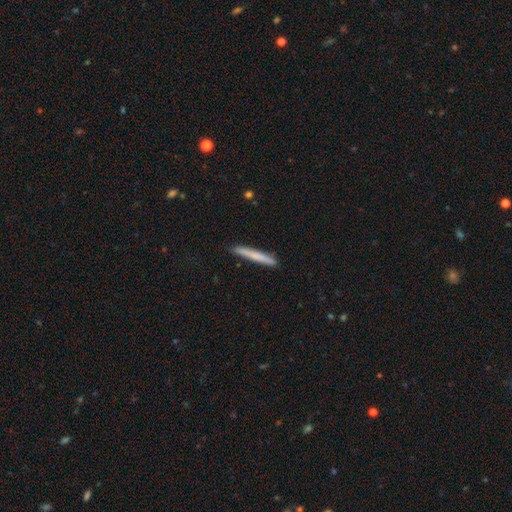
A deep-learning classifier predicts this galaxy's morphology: Smooth or featured? Predicted: smooth (p=0.72). How rounded? Predicted: cigar-shaped (p=0.97). Merging? Predicted: none (p=0.91).